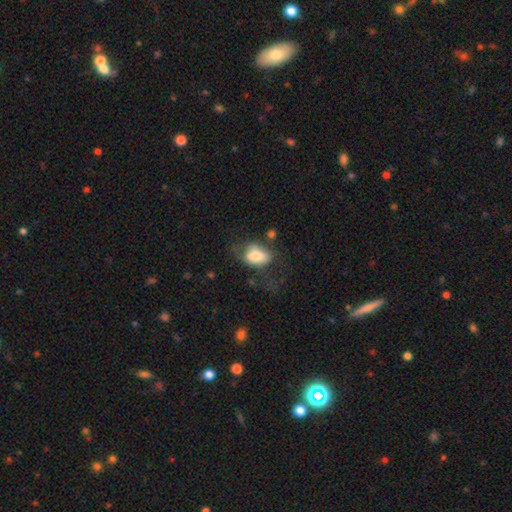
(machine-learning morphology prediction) smooth_or_featured: smooth (p=0.70) [alt: featured or disk p=0.21]
how_rounded: in between (p=0.84) [alt: round p=0.14]
merging: none (p=0.38) [alt: major disturbance p=0.30]